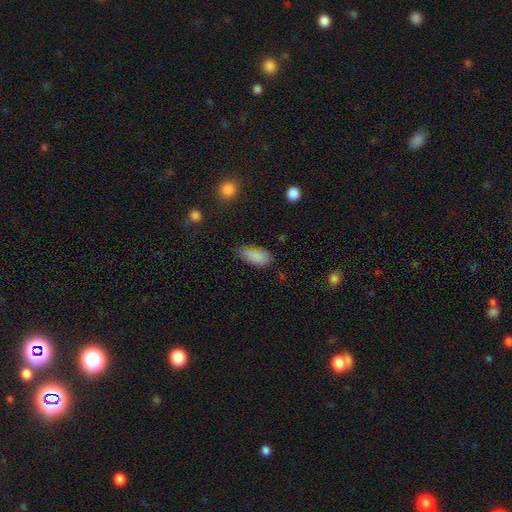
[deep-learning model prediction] A smooth galaxy with no disk features (82%) that is in between round and cigar-shaped (89%).

Vote fractions:
- Smooth or featured? smooth: 82% / star or artifact: 11% / featured or disk: 7%
- How rounded? in between: 89% / cigar-shaped: 8% / round: 3%
- Merging? none: 60% / minor disturbance: 30% / major disturbance: 8% / merger: 3%